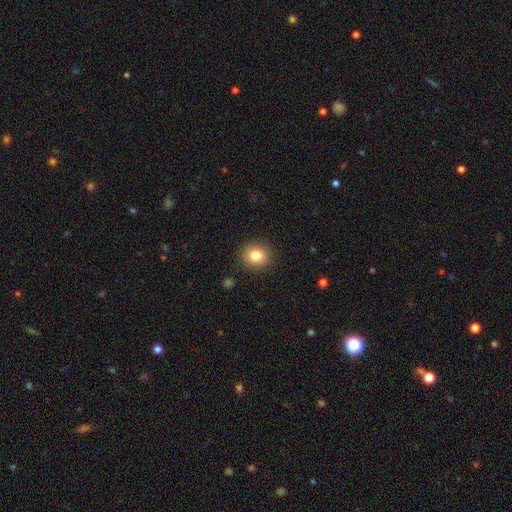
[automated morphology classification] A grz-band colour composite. It shows a smooth galaxy with no disk features (82%) that is round (86%). Merging: none (89%).